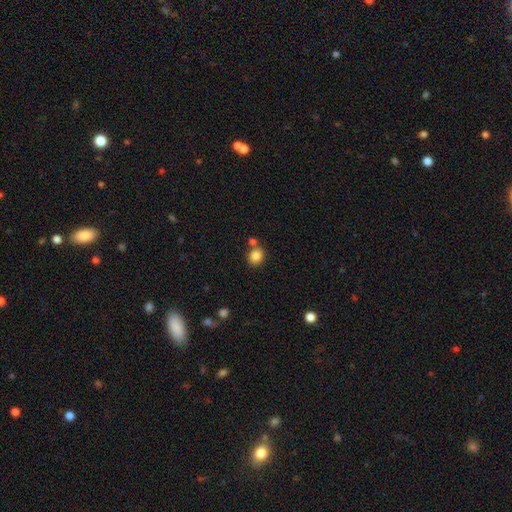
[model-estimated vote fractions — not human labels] Smooth or featured? Predicted: smooth (p=0.84). How rounded? Predicted: round (p=0.74). Merging? Predicted: none (p=0.67).